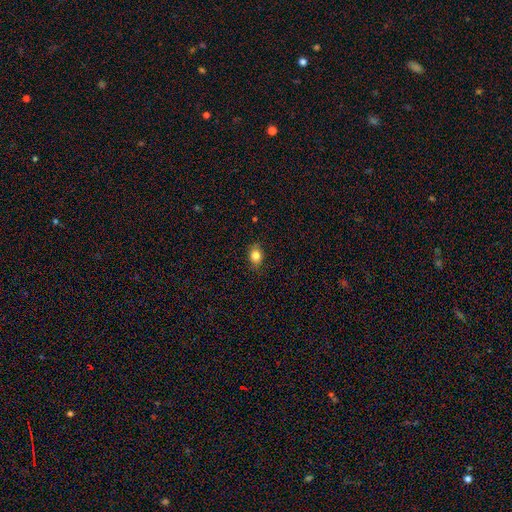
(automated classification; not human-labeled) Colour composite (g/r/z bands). It shows a smooth galaxy with no disk features (82%) that is in between round and cigar-shaped (67%). Merging: none (84%).